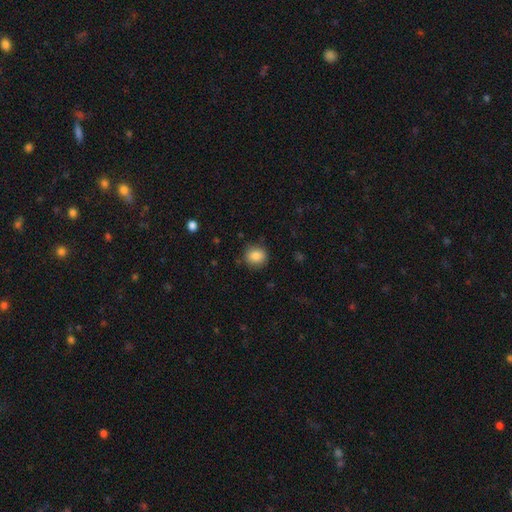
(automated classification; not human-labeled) Morphology: type=smooth (84%); roundness=round (83%); merging=none (87%).